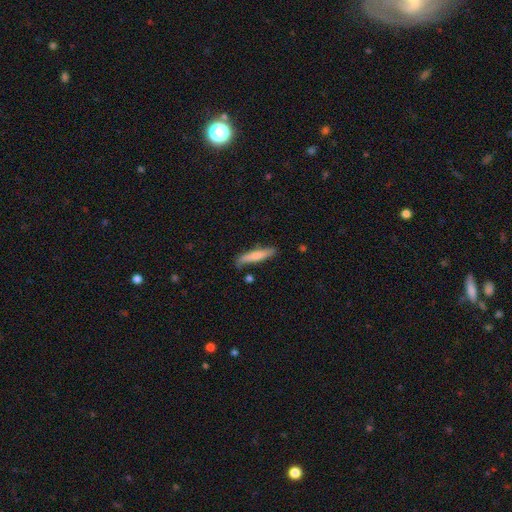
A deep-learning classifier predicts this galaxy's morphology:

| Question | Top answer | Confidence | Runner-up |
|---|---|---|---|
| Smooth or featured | smooth | 71% | featured or disk (23%) |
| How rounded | cigar-shaped | 88% | in between (11%) |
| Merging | none | 77% | minor disturbance (17%) |